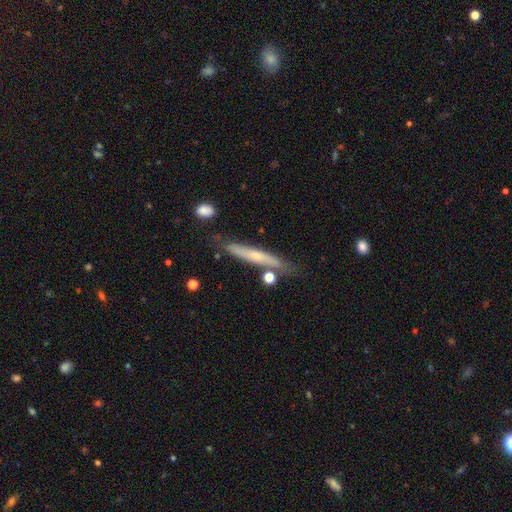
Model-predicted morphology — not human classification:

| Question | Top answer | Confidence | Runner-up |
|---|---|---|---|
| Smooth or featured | featured or disk | 51% | smooth (42%) |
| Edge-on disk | yes | 90% | no (10%) |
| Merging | none | 76% | minor disturbance (16%) |